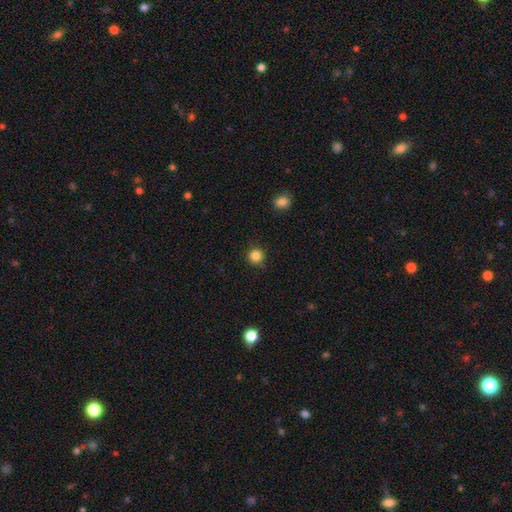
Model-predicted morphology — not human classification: Smooth or featured: smooth — 84% (star or artifact — 12%)
How rounded: round — 94% (in between — 5%)
Merging: none — 85% (minor disturbance — 11%)